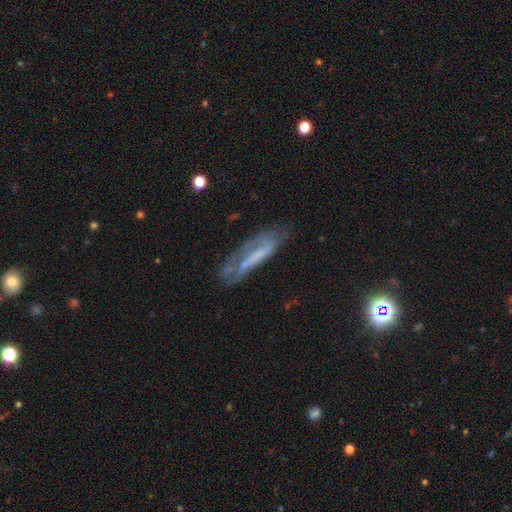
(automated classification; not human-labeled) Smooth or featured? featured or disk (59%)
Edge-on disk? no (63%)
Merging? none (46%)